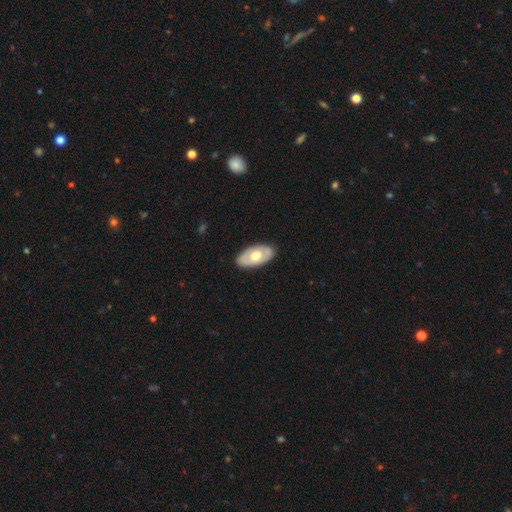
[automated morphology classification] Smooth or featured?
  - featured or disk: 49% *
  - smooth: 47%
  - star or artifact: 4%
Merging?
  - none: 86% *
  - minor disturbance: 11%
  - major disturbance: 2%
  - merger: 1%